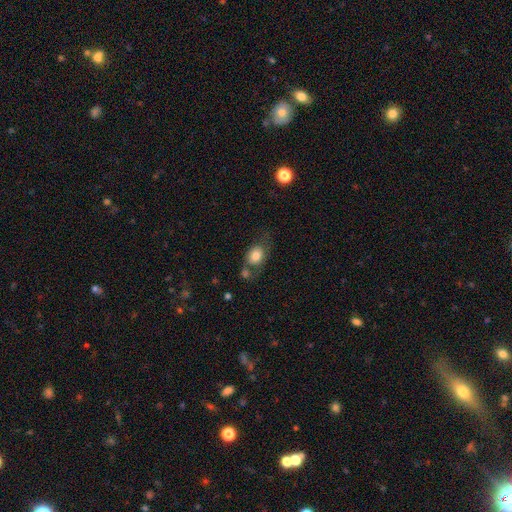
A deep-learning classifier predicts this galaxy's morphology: This appears to be a smooth galaxy with no disk features (76%) that is in between round and cigar-shaped (59%). Merging: none (45%).